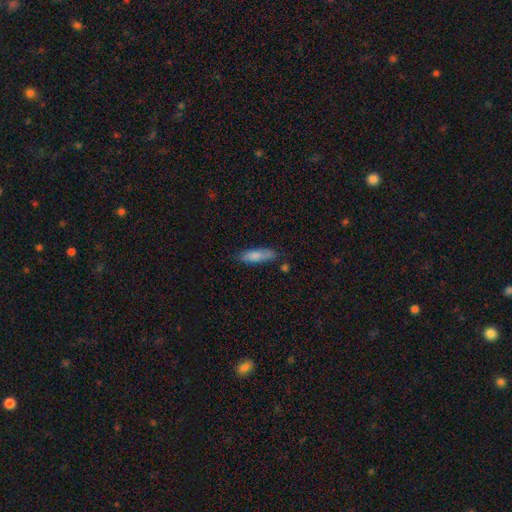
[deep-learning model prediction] The model was most divided on "how rounded": cigar-shaped: 55%, in between: 43%, round: 2%. More confident: smooth or featured — smooth (80%); merging — none (72%).